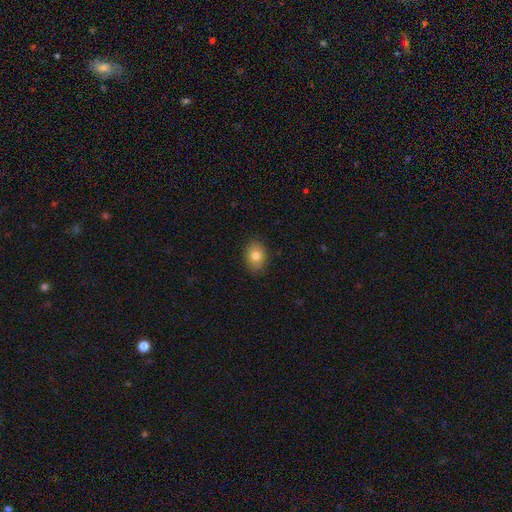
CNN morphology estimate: Smooth or featured: smooth — 81% (star or artifact — 9%)
How rounded: in between — 67% (round — 32%)
Merging: none — 88% (minor disturbance — 9%)